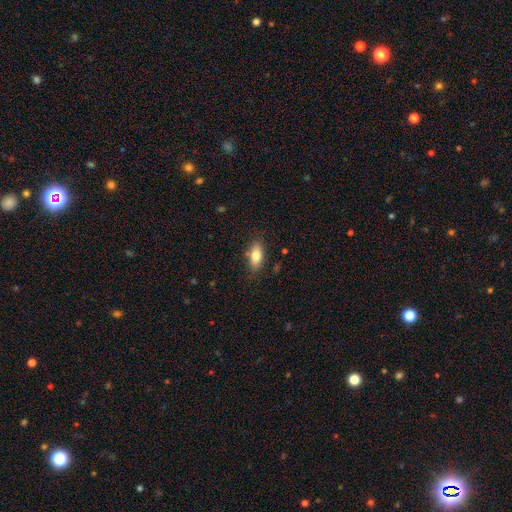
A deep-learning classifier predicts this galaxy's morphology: Overall: smooth (80%). How rounded: in between (86%). Merging: none (83%).